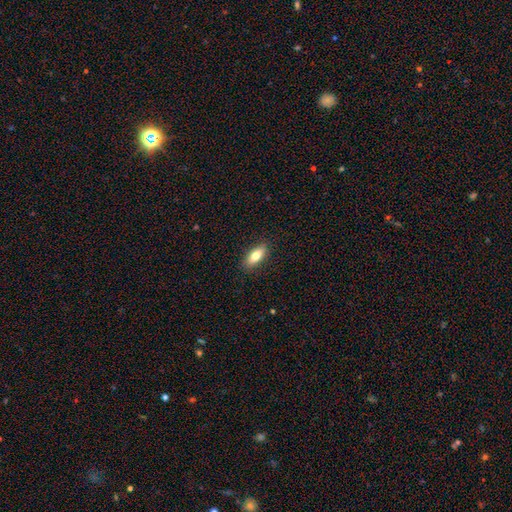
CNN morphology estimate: Smooth or featured? smooth (76%)
How rounded? in between (77%)
Merging? none (88%)